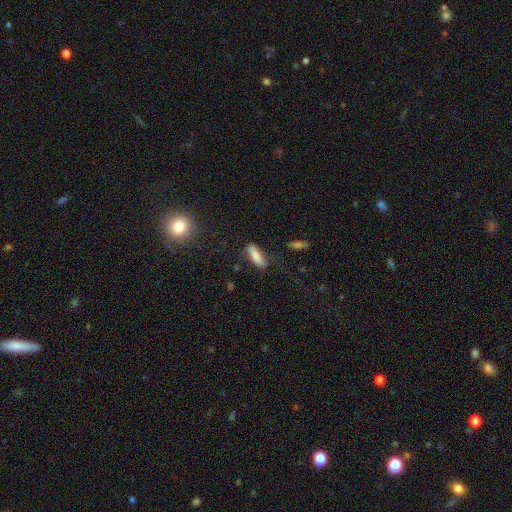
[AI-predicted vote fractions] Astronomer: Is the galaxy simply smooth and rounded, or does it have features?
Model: smooth — 81%.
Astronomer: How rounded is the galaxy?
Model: in between — 50% (runner-up: cigar-shaped, 48%).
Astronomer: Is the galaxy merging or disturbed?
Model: none — 67%.